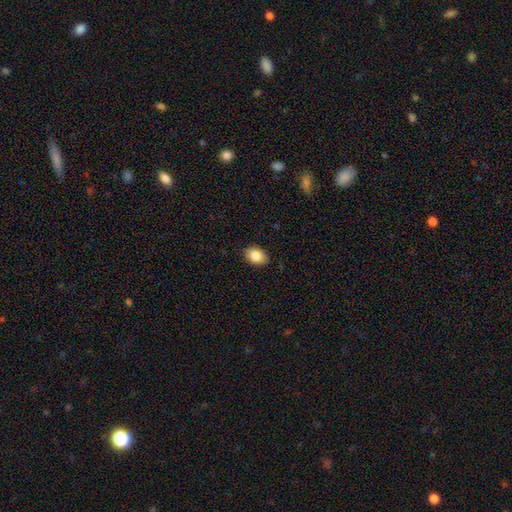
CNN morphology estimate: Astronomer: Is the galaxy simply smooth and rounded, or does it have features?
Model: smooth — 84%.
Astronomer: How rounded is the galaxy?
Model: in between — 78%.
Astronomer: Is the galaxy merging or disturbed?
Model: none — 88%.